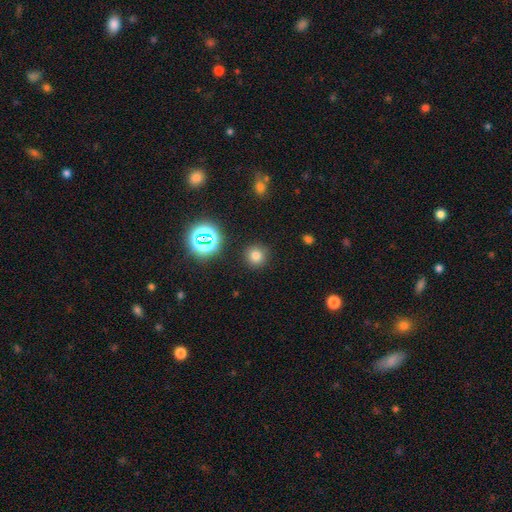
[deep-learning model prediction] Smooth or featured: smooth — 73% (star or artifact — 20%)
How rounded: round — 93% (in between — 6%)
Merging: none — 89% (minor disturbance — 7%)